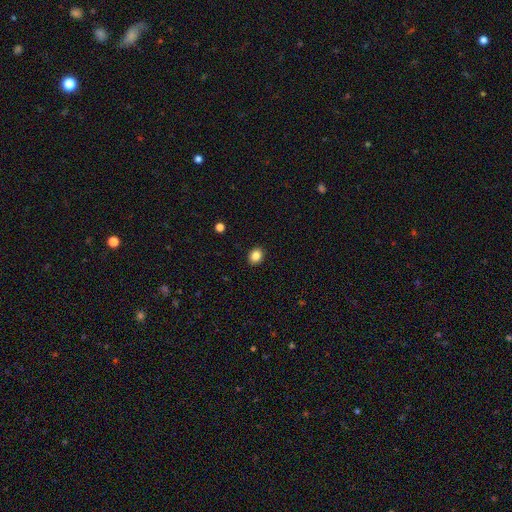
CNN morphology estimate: This is clearly a smooth galaxy (85%). How rounded: possibly round (52%). Merging: clearly none (91%).